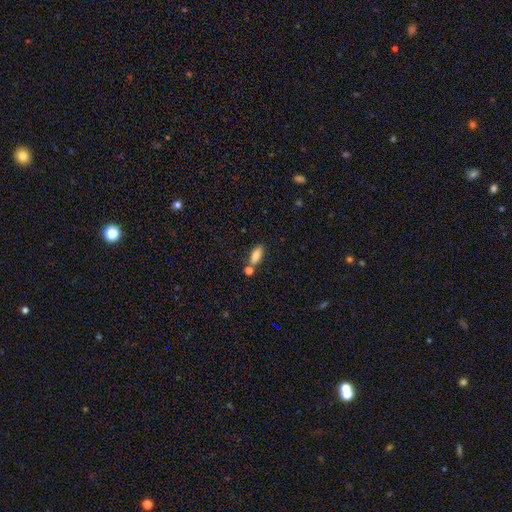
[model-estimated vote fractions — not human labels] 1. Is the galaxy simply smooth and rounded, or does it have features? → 81% smooth, 12% featured or disk, 8% star or artifact.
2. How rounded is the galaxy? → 79% in between, 18% cigar-shaped, 3% round.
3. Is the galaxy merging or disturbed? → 65% none, 19% merger, 13% minor disturbance, 3% major disturbance.